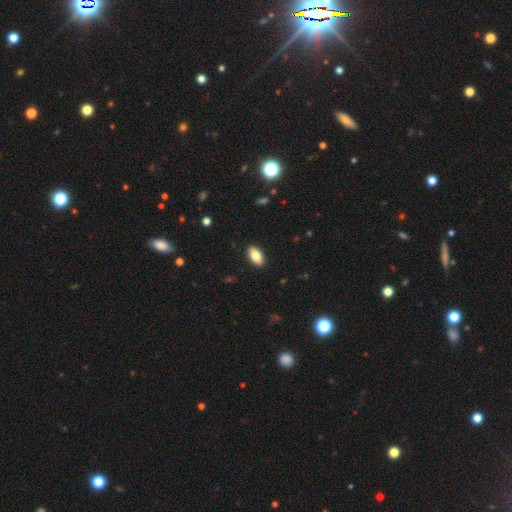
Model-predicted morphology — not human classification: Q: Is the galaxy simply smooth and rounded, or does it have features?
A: smooth — 81%.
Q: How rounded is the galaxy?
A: in between — 91%.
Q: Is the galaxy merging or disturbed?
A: none — 90%.